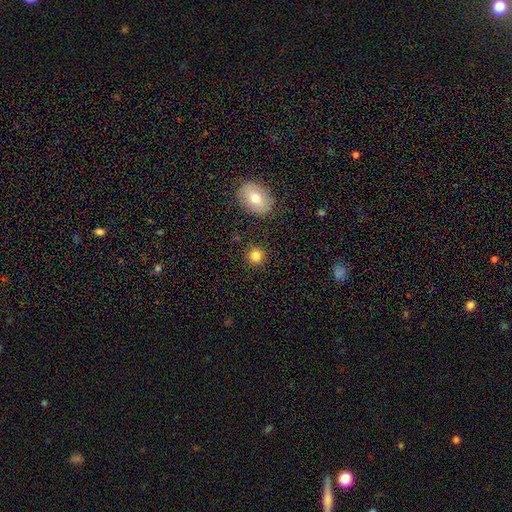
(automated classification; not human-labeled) The model was most divided on "smooth or featured": smooth: 82%, star or artifact: 11%, featured or disk: 6%. More confident: merging — none (89%); how rounded — round (88%).